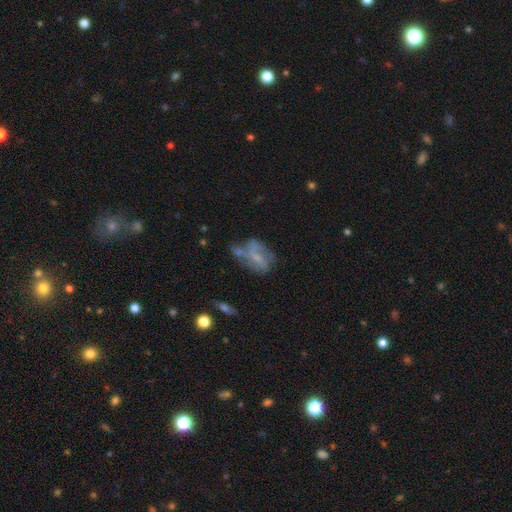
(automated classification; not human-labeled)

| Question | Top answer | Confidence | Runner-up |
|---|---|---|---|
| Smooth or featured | featured or disk | 58% | smooth (32%) |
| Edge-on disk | no | 95% | yes (5%) |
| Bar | no | 42% | weak (41%) |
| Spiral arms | yes | 61% | no (39%) |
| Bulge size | small | 48% | none (33%) |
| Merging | none | 37% | minor disturbance (24%) |